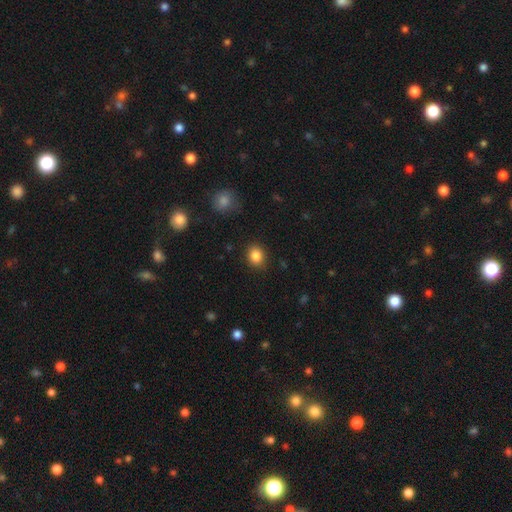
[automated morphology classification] Overall: smooth (86%). How rounded: round (66%; in between 33%). Merging: none (88%).